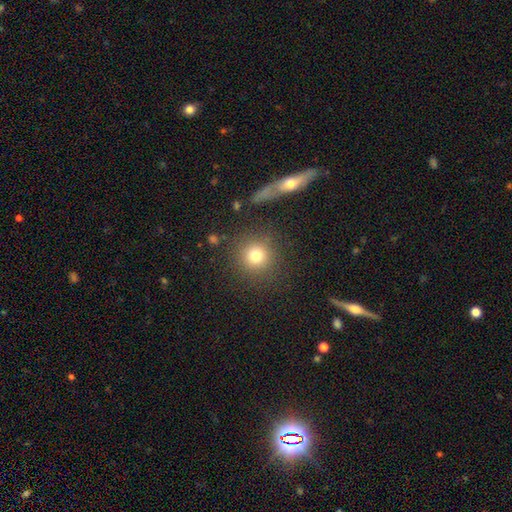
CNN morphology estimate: A smooth galaxy with no disk features (78%) that is round (94%).

Vote fractions:
- Smooth or featured? smooth: 78% / star or artifact: 13% / featured or disk: 9%
- How rounded? round: 94% / in between: 5% / cigar-shaped: 1%
- Merging? none: 85% / minor disturbance: 8% / major disturbance: 4% / merger: 3%